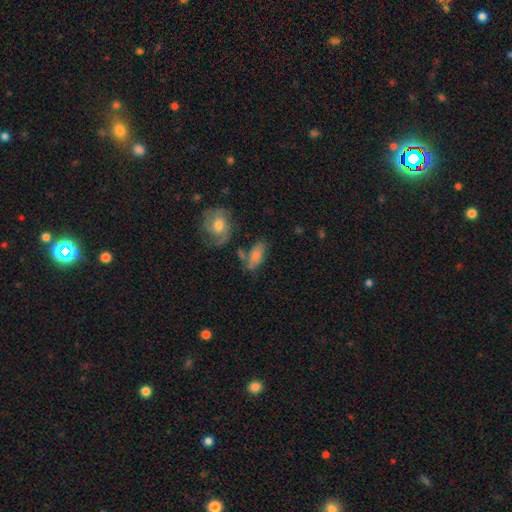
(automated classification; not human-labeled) smooth_or_featured: smooth (p=0.71) [alt: featured or disk p=0.21]
how_rounded: in between (p=0.85) [alt: cigar-shaped p=0.10]
merging: none (p=0.51) [alt: minor disturbance p=0.22]